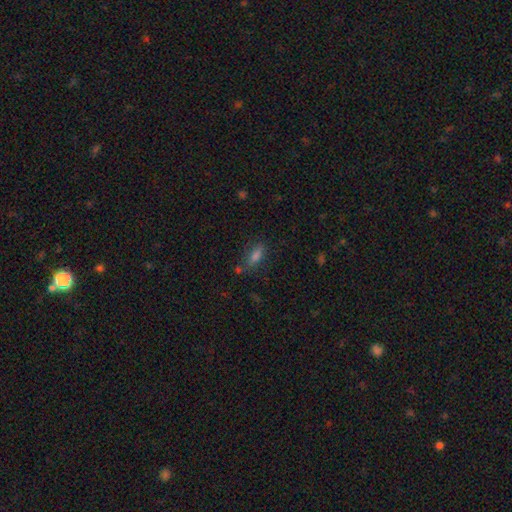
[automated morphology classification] Overall: smooth (74%). How rounded: in between (68%). Merging: none (70%).